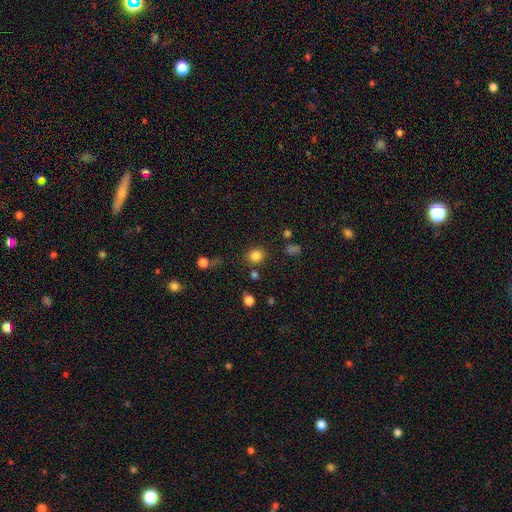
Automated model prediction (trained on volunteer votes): smooth 82%, star or artifact 13%, featured or disk 5%. Down the decision tree: how rounded — round (80%); merging — none (83%).